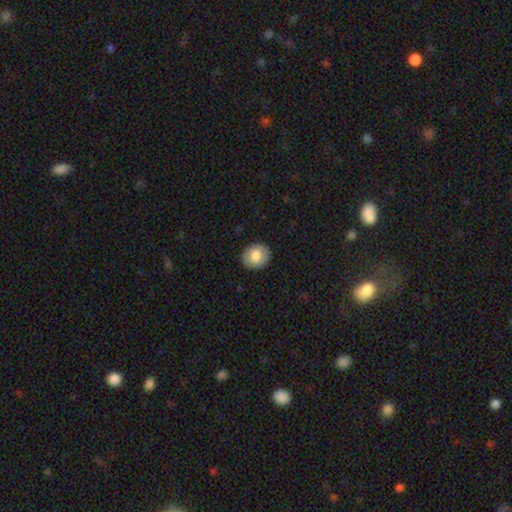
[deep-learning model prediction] Smooth or featured?
  - smooth: 79% *
  - featured or disk: 13%
  - star or artifact: 7%
How rounded?
  - round: 79% *
  - in between: 20%
  - cigar-shaped: 1%
Merging?
  - none: 90% *
  - minor disturbance: 7%
  - major disturbance: 2%
  - merger: 1%